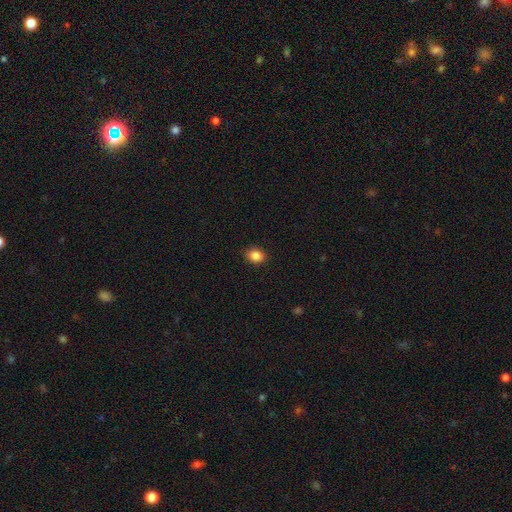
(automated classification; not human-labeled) Overall: smooth (86%). How rounded: round (53%; in between 46%). Merging: none (89%).